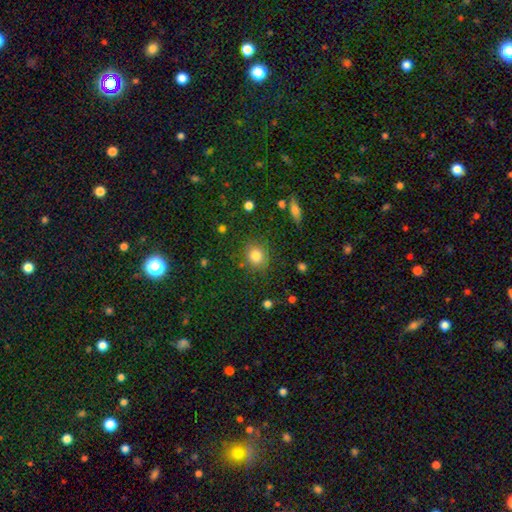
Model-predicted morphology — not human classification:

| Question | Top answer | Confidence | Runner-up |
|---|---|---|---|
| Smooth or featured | smooth | 82% | star or artifact (11%) |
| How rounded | round | 70% | in between (29%) |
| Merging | none | 82% | minor disturbance (12%) |